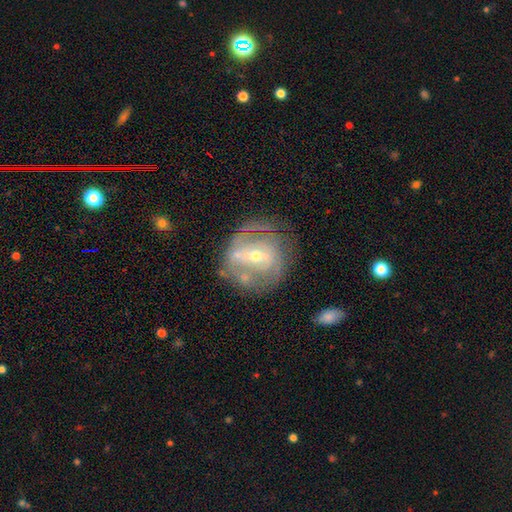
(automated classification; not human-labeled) smooth-or-featured: featured or disk: 79% | smooth: 14% | star or artifact: 7%
  disk-edge-on: no: 95% | yes: 5%
    bar: strong: 39% (tied) | weak: 39% (tied) | no: 22%
    has-spiral-arms: yes: 72% | no: 28%
      spiral-winding: tight: 49% | medium: 35% | loose: 15%
      spiral-arm-count: 2: 45% | can't tell: 35% | 3: 9% | 1: 6% | 4: 3% | more than 4: 2%
    bulge-size: moderate: 48% (tied) | small: 48% (tied) | large: 2% | none: 1% | dominant: 1%
  merging: none: 61% | minor disturbance: 20% | major disturbance: 13% | merger: 6%